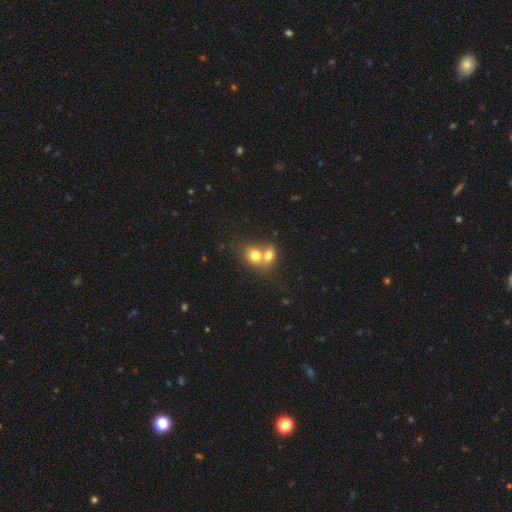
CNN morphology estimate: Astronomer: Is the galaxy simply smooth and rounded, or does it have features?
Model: smooth — 74%.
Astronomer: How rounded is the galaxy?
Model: round — 55% (runner-up: in between, 44%).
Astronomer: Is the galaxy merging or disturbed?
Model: merger — 67%.